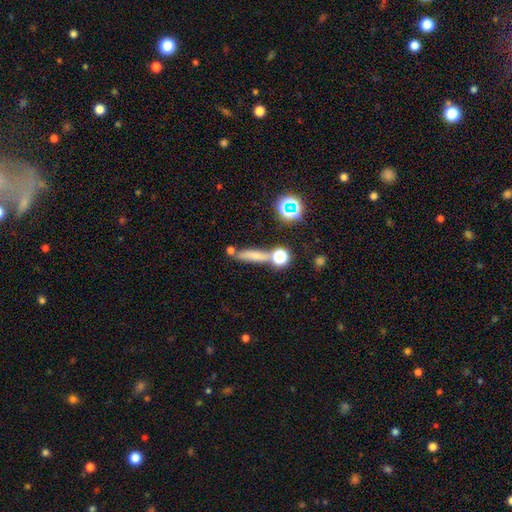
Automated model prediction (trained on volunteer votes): Smooth or featured?
  - smooth: 59% *
  - featured or disk: 22%
  - star or artifact: 19%
How rounded?
  - cigar-shaped: 71% *
  - in between: 18%
  - round: 11%
Merging?
  - none: 67% *
  - merger: 15%
  - minor disturbance: 13%
  - major disturbance: 5%